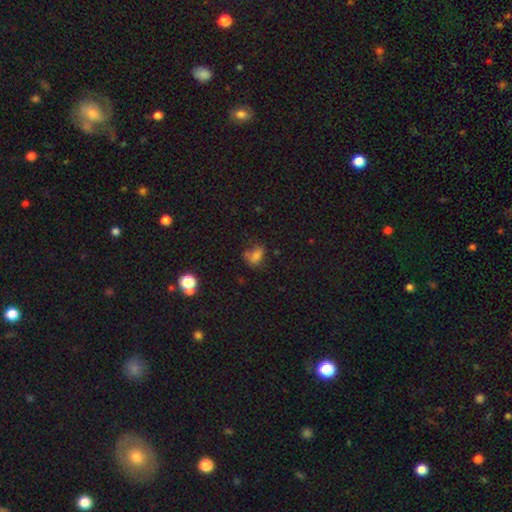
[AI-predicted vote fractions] A smooth galaxy with no disk features (69%) that is in between round and cigar-shaped (76%). Merging: none (45%).